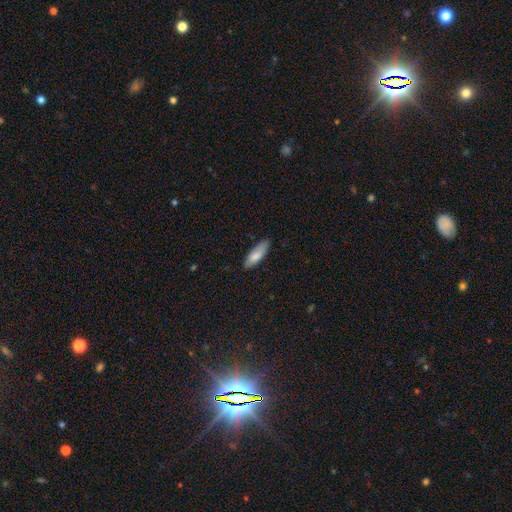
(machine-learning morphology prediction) Smooth or featured: smooth — 81% (featured or disk — 13%)
How rounded: in between — 55% (cigar-shaped — 43%)
Merging: none — 79% (minor disturbance — 18%)